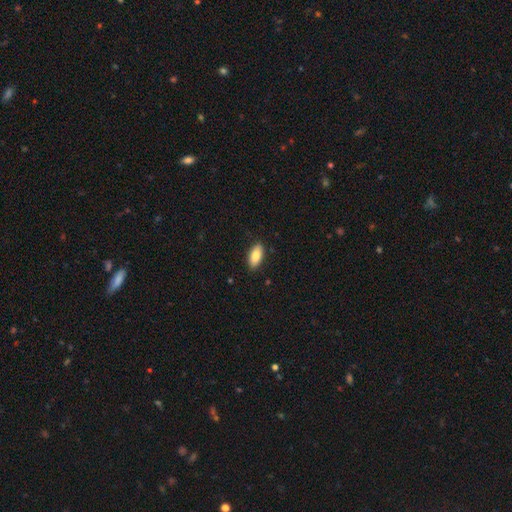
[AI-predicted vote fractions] A smooth galaxy with no disk features (85%) that is in between round and cigar-shaped (90%).

Vote fractions:
- Smooth or featured? smooth: 85% / featured or disk: 8% / star or artifact: 6%
- How rounded? in between: 90% / cigar-shaped: 8% / round: 2%
- Merging? none: 88% / minor disturbance: 9% / major disturbance: 2% / merger: 1%